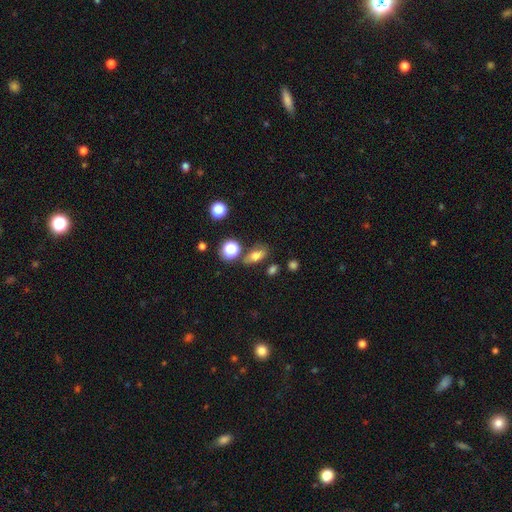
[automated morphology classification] Overall: smooth (70%). How rounded: in between (74%). Merging: none (72%).